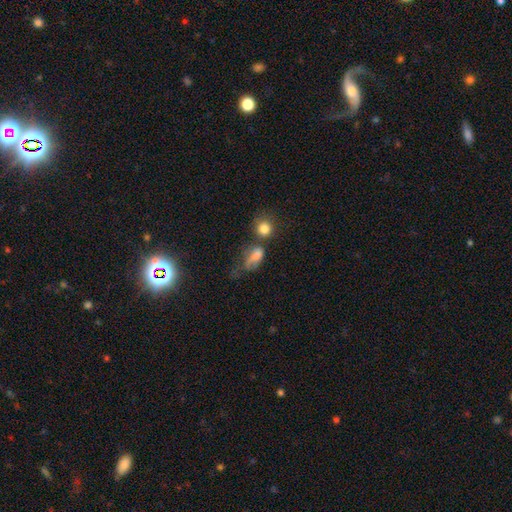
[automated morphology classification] type=smooth (70%); roundness=in between (73%); merging=major disturbance (28%).